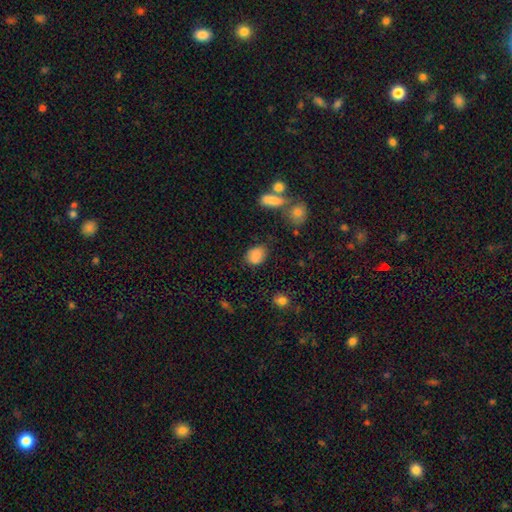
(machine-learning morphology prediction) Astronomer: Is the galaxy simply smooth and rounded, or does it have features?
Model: smooth — 84%.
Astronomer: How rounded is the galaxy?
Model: in between — 69%.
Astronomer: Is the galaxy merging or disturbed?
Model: none — 74%.